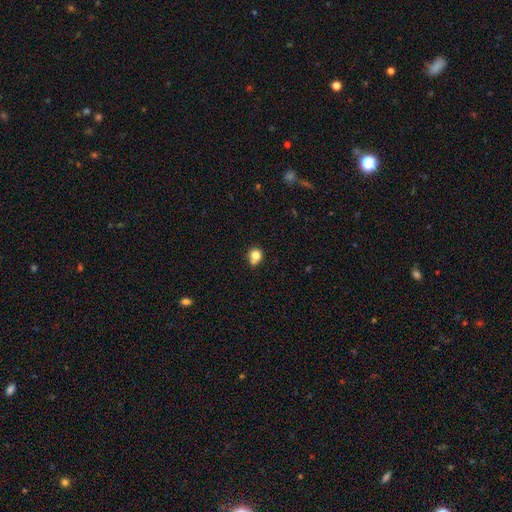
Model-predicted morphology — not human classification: smooth_or_featured: smooth (p=0.80) [alt: star or artifact p=0.12]
how_rounded: round (p=0.78) [alt: in between p=0.21]
merging: none (p=0.60) [alt: minor disturbance p=0.22]